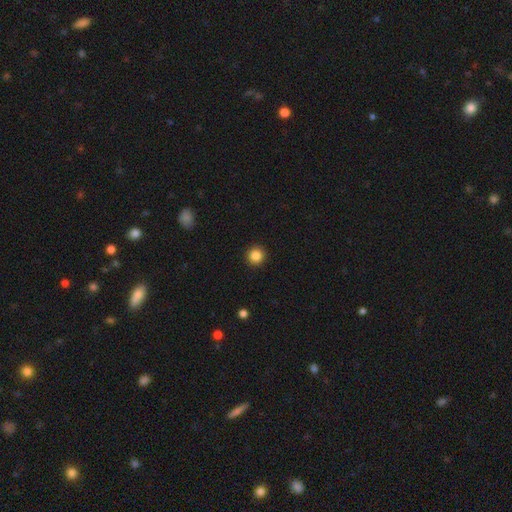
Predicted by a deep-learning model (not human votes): smooth-or-featured: smooth: 86% | star or artifact: 10% | featured or disk: 4%
  how-rounded: round: 94% | in between: 5% | cigar-shaped: 1%
  merging: none: 93% | minor disturbance: 5% | major disturbance: 2% | merger: 1%